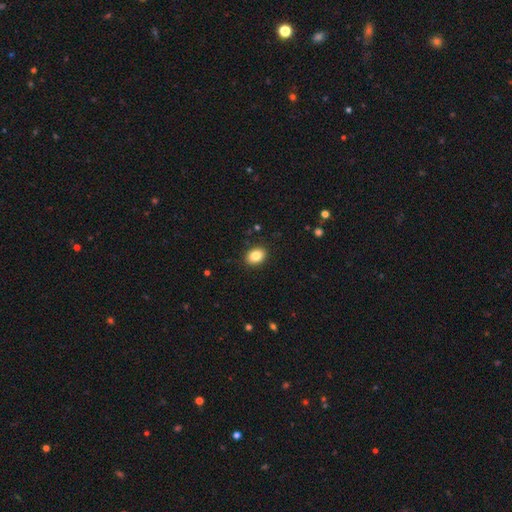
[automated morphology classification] Overall: smooth (85%). How rounded: in between (68%; round 31%). Merging: none (90%).